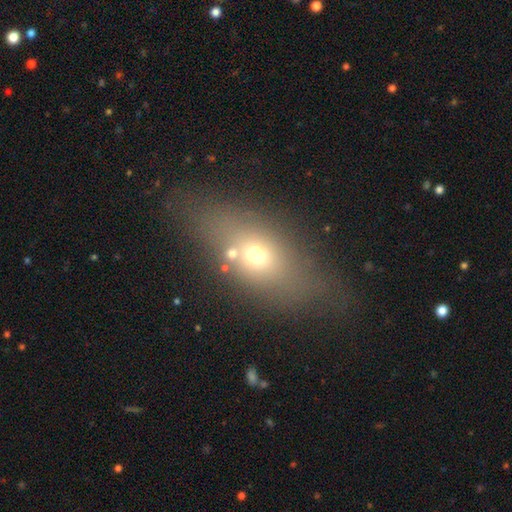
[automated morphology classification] Q: Smooth or featured?
A: smooth (61%); runner-up: featured or disk (22%)
Q: How rounded?
A: in between (68%); runner-up: round (21%)
Q: Merging?
A: none (63%); runner-up: minor disturbance (17%)